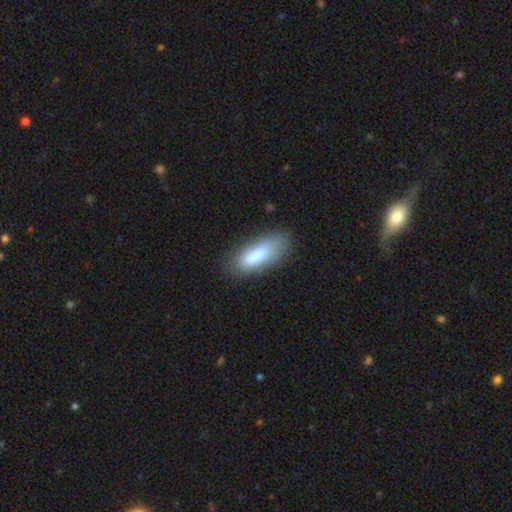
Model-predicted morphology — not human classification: A smooth galaxy with no disk features (80%) that is in between round and cigar-shaped (64%).

Vote fractions:
- Smooth or featured? smooth: 80% / featured or disk: 13% / star or artifact: 7%
- How rounded? in between: 64% / cigar-shaped: 34% / round: 2%
- Merging? none: 72% / minor disturbance: 20% / major disturbance: 6% / merger: 2%